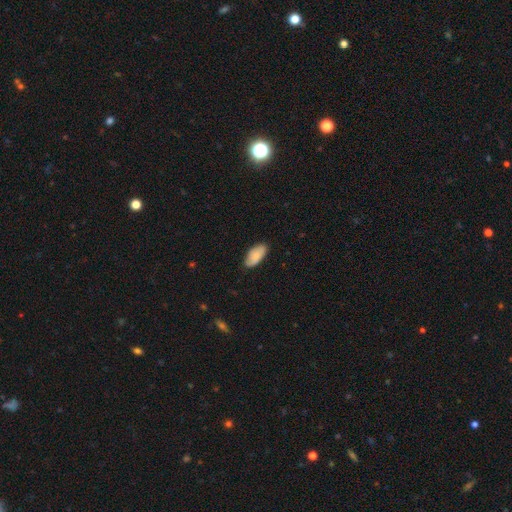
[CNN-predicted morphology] A smooth galaxy with no disk features (79%) that is in between round and cigar-shaped (93%). Merging: none (80%).